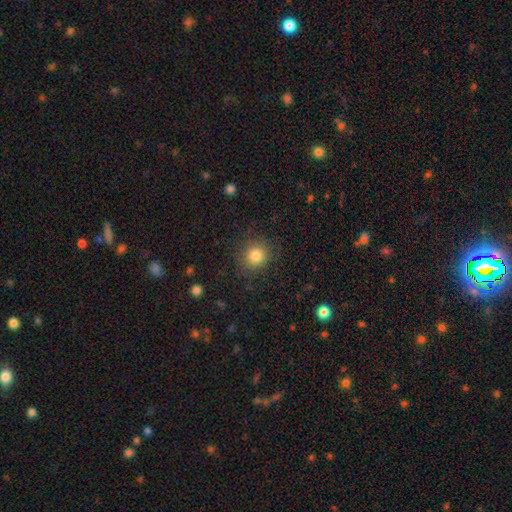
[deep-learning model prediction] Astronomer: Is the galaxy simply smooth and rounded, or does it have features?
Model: smooth — 83%.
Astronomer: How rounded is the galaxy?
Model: round — 87%.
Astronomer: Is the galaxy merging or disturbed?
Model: none — 86%.